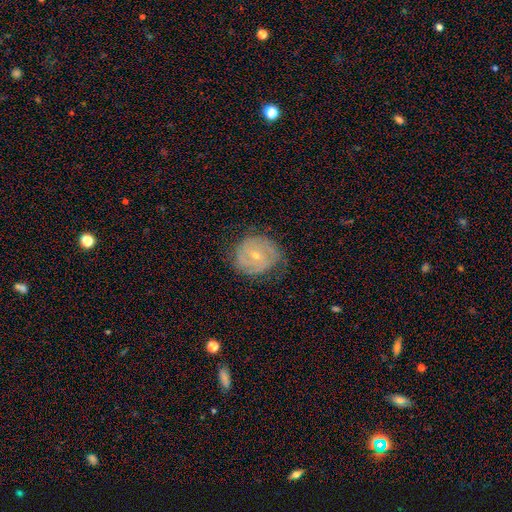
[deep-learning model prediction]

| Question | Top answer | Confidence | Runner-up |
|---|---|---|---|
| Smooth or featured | featured or disk | 74% | smooth (19%) |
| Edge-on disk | no | 97% | yes (3%) |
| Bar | no | 65% | weak (29%) |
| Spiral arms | yes | 90% | no (10%) |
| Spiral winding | tight | 63% | medium (29%) |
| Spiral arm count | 2 | 40% | can't tell (29%) |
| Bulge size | small | 62% | moderate (35%) |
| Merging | none | 70% | minor disturbance (22%) |